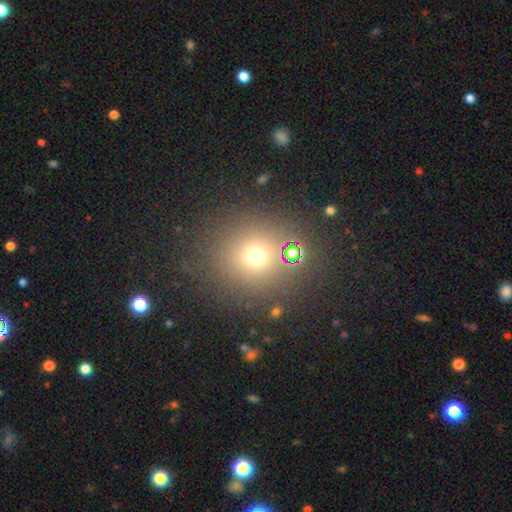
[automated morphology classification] This appears to be a smooth galaxy with no disk features (65%) that is round (90%). Merging: none (80%).